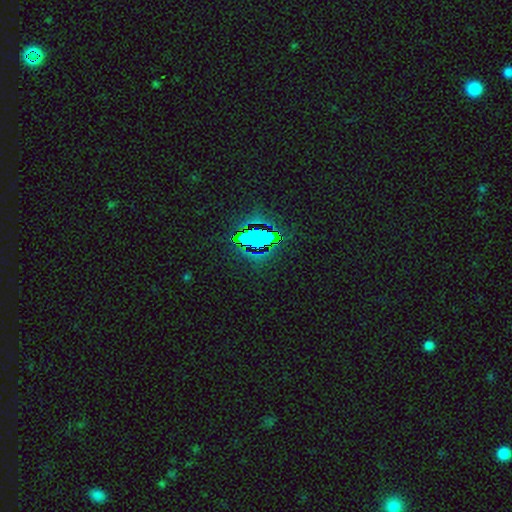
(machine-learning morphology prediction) Overall: star or artifact (78%).